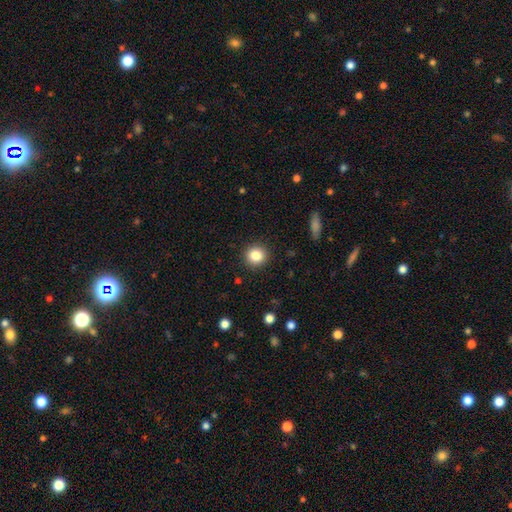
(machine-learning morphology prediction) A smooth galaxy with no disk features (84%) that is round (90%). Merging: none (91%).